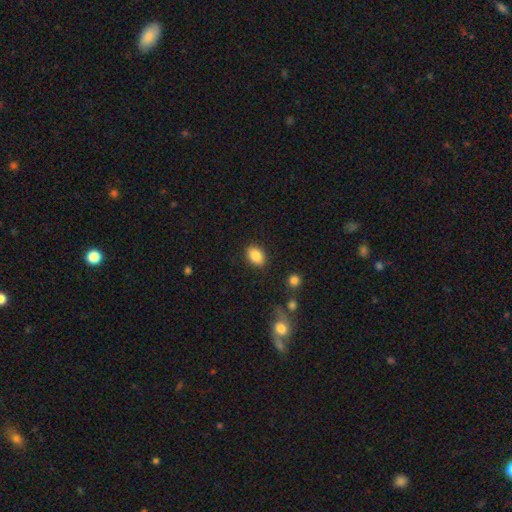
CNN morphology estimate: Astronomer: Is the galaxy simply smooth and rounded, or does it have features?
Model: smooth — 86%.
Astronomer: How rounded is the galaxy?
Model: in between — 82%.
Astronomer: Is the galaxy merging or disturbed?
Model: none — 87%.